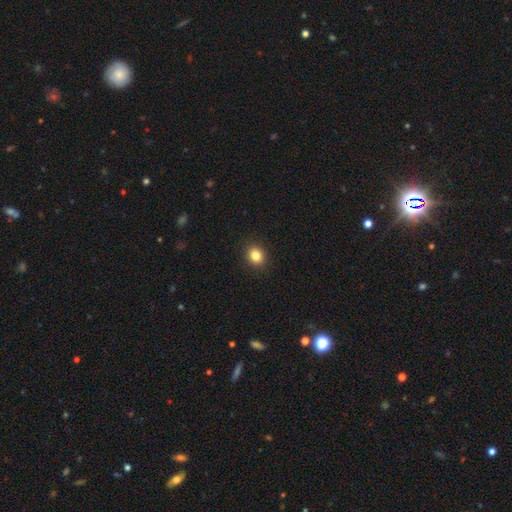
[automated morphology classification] Smooth or featured? Predicted: smooth (p=0.84). How rounded? Predicted: round (p=0.59). Merging? Predicted: none (p=0.91).